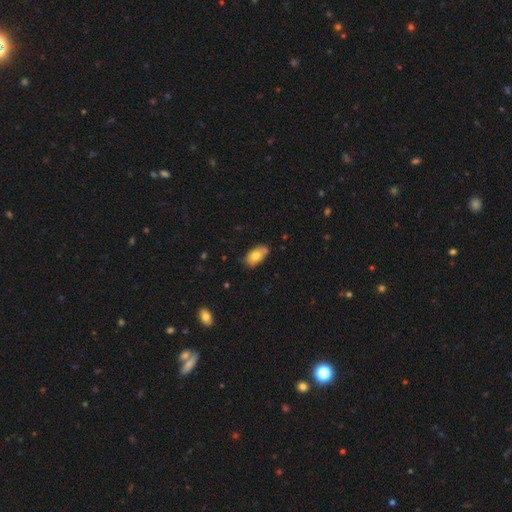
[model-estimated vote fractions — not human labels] A smooth galaxy with no disk features (76%) that is in between round and cigar-shaped (92%). Merging: none (67%).